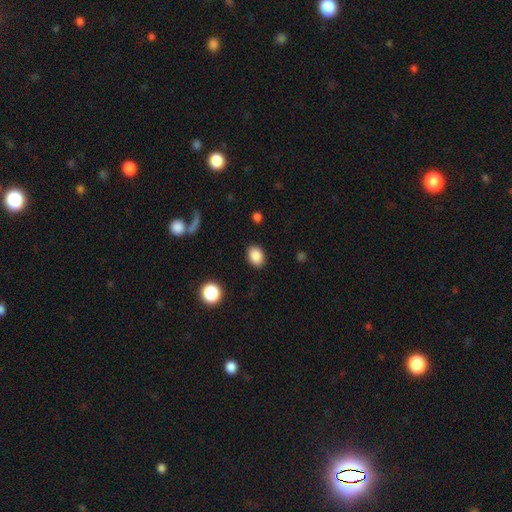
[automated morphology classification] A smooth galaxy with no disk features (87%) that is in between round and cigar-shaped (71%). Merging: none (88%).